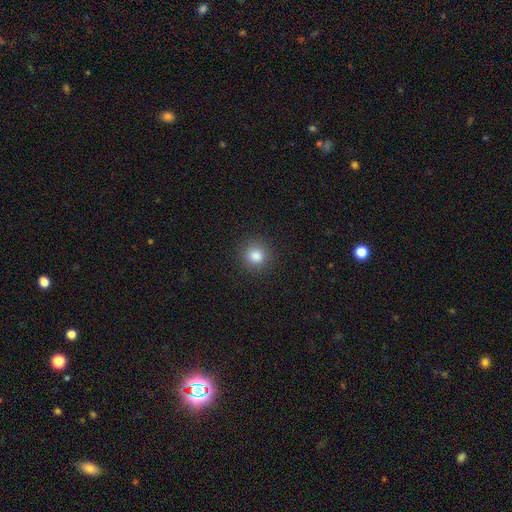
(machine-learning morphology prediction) smooth 84%, star or artifact 12%, featured or disk 5%. Down the decision tree: how rounded — round (91%); merging — none (90%).